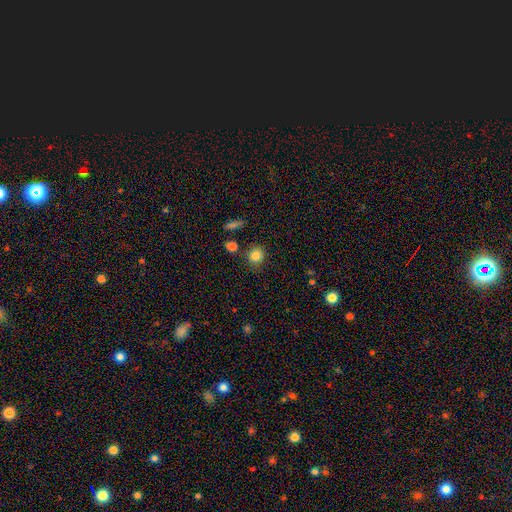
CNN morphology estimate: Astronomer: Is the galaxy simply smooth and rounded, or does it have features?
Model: smooth — 84%.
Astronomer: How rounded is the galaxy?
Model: round — 86%.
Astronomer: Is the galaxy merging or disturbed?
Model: none — 81%.